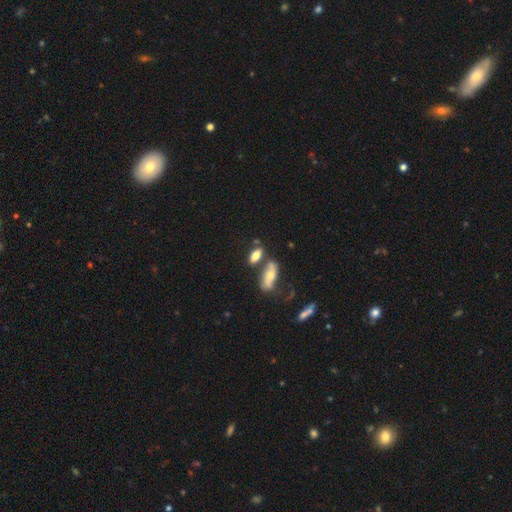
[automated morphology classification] A smooth galaxy with no disk features (71%) that is in between round and cigar-shaped (77%). Merging: none (56%).